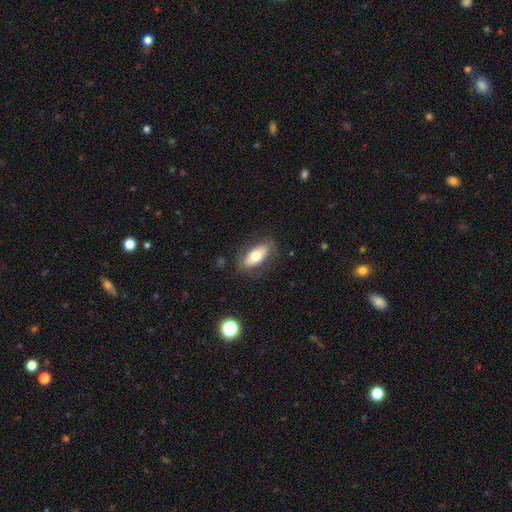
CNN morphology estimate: type=smooth (70%); roundness=in between (83%); merging=none (83%).